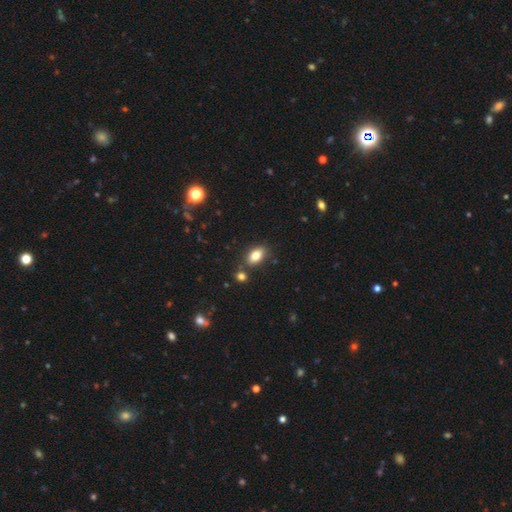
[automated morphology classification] The model was most divided on "merging": none: 77%, minor disturbance: 11%, merger: 9%, major disturbance: 3%. More confident: how rounded — in between (88%); smooth or featured — smooth (80%).